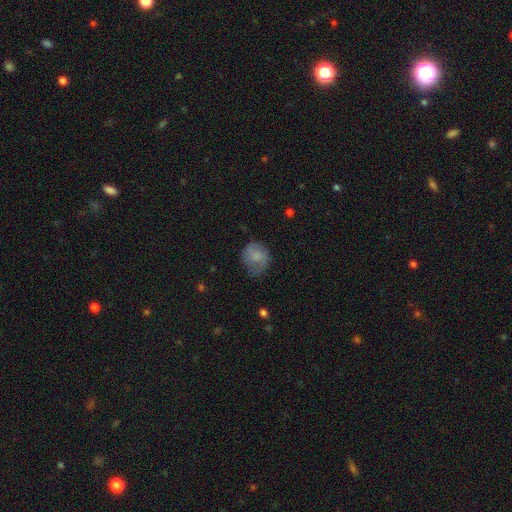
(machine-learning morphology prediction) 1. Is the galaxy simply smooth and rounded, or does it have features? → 68% smooth, 24% featured or disk, 8% star or artifact.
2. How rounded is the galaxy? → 67% round, 32% in between, 1% cigar-shaped.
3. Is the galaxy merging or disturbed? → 52% none, 30% minor disturbance, 16% major disturbance, 2% merger.